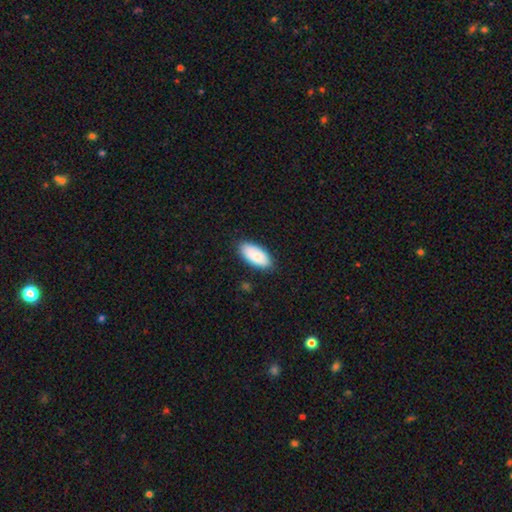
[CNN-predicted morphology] A smooth galaxy with no disk features (83%) that is in between round and cigar-shaped (93%).

Vote fractions:
- Smooth or featured? smooth: 83% / featured or disk: 11% / star or artifact: 6%
- How rounded? in between: 93% / cigar-shaped: 5% / round: 2%
- Merging? none: 84% / minor disturbance: 13% / major disturbance: 2% / merger: 1%